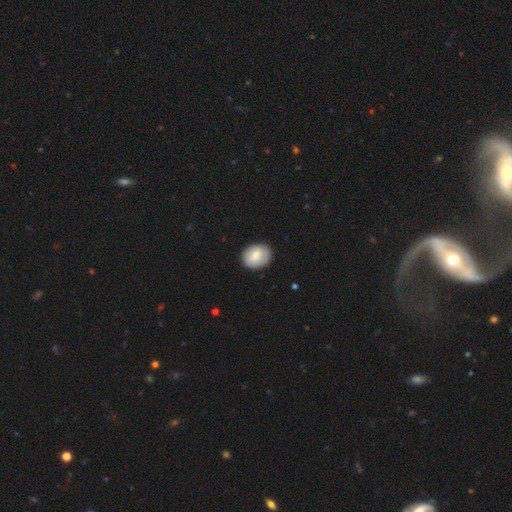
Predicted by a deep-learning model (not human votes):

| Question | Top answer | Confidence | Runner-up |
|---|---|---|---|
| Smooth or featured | smooth | 78% | featured or disk (15%) |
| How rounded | in between | 53% | round (46%) |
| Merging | none | 85% | minor disturbance (11%) |